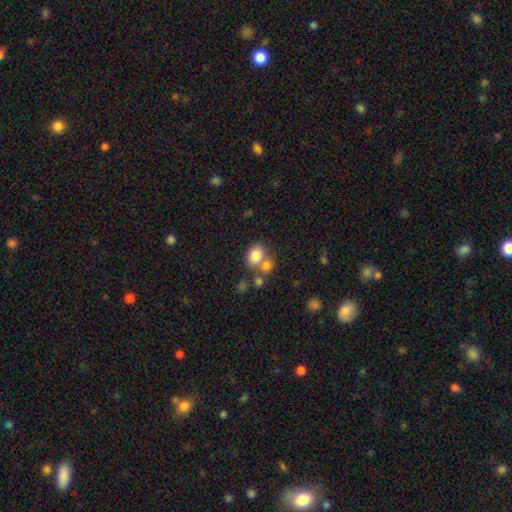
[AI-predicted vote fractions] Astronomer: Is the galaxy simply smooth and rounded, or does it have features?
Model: smooth — 80%.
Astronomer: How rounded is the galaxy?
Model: in between — 56% (runner-up: round, 43%).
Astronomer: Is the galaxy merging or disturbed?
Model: none — 45% (runner-up: merger, 39%).